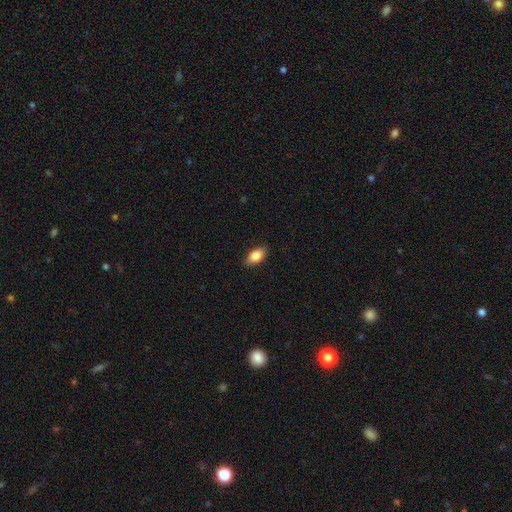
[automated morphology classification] smooth 85%, featured or disk 8%, star or artifact 7%. Down the decision tree: how rounded — in between (90%); merging — none (87%).